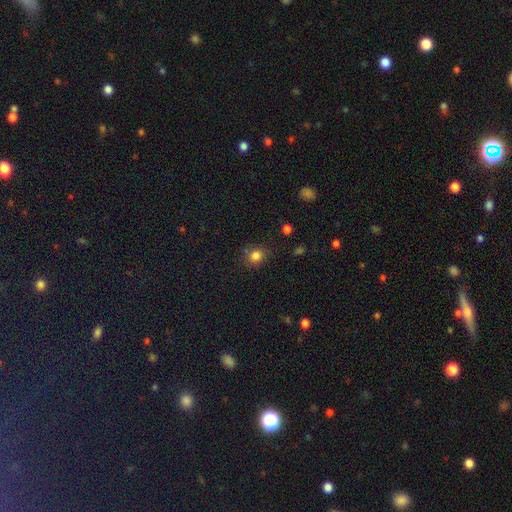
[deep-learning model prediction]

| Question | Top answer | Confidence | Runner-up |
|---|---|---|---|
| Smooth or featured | smooth | 82% | star or artifact (13%) |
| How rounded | round | 77% | in between (22%) |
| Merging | none | 77% | minor disturbance (14%) |